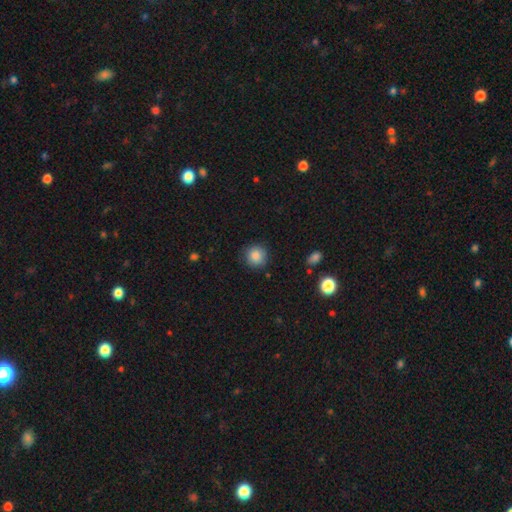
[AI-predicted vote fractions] Overall: smooth (86%). How rounded: round (93%). Merging: none (87%).